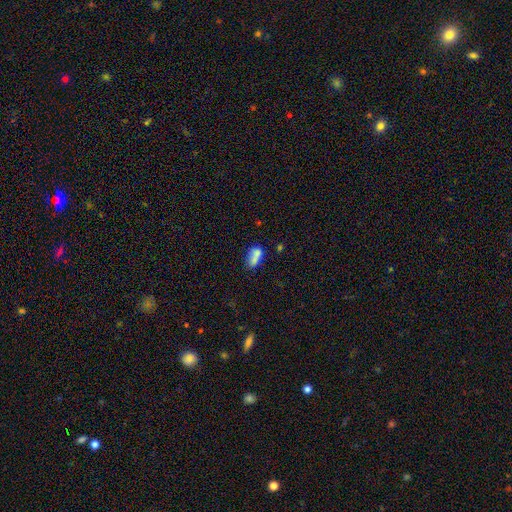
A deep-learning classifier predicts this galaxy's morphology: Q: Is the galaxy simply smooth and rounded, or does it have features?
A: smooth — 74%.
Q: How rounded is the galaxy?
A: in between — 77%.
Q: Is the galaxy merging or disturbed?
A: none — 40%.